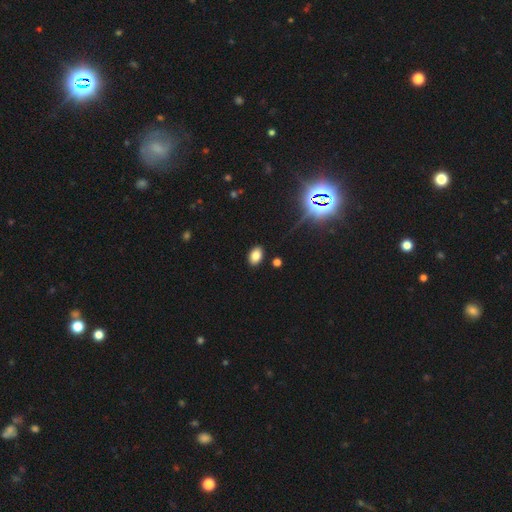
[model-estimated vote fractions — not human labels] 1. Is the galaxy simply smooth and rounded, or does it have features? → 81% smooth, 12% star or artifact, 7% featured or disk.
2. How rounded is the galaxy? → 87% in between, 11% round, 1% cigar-shaped.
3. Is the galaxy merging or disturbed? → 88% none, 8% minor disturbance, 2% major disturbance, 2% merger.